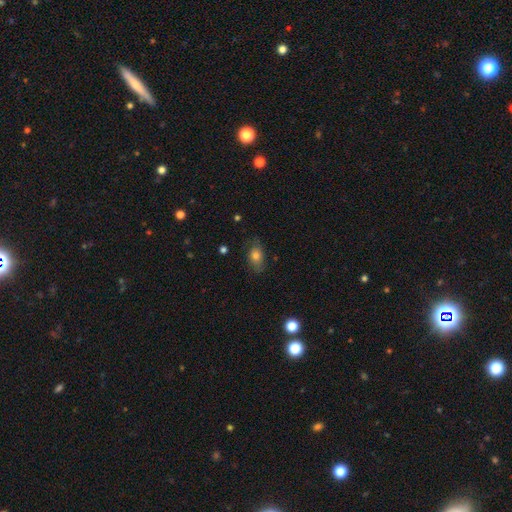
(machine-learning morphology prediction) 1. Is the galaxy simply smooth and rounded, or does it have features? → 72% smooth, 18% featured or disk, 11% star or artifact.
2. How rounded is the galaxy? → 81% in between, 16% round, 3% cigar-shaped.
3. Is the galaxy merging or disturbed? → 71% none, 21% minor disturbance, 6% major disturbance, 1% merger.